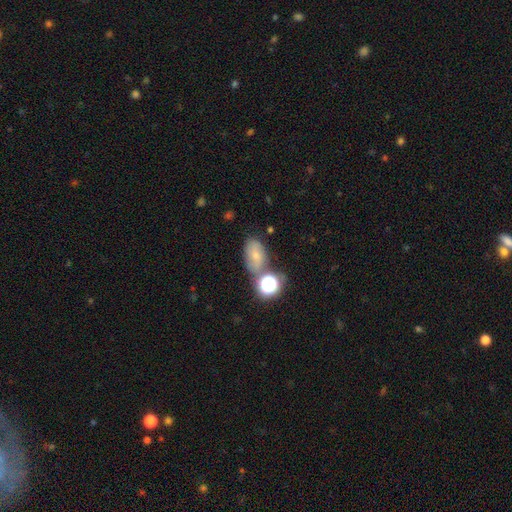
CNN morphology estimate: This appears to be a smooth galaxy with no disk features (57%) that is in between round and cigar-shaped (77%). Merging: none (58%).